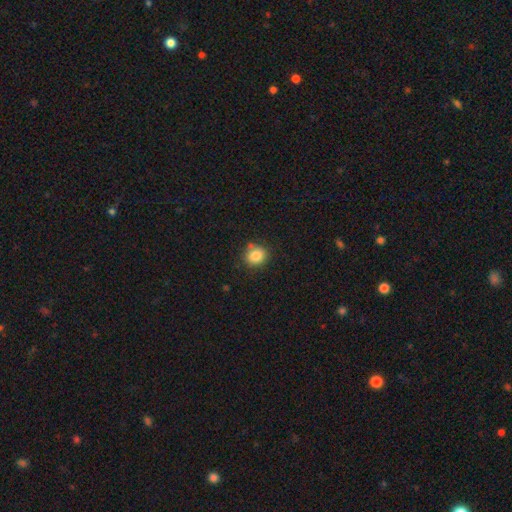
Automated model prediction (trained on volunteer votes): The model was most divided on "how rounded": round: 79%, in between: 20%, cigar-shaped: 1%. More confident: smooth or featured — smooth (84%); merging — none (78%).